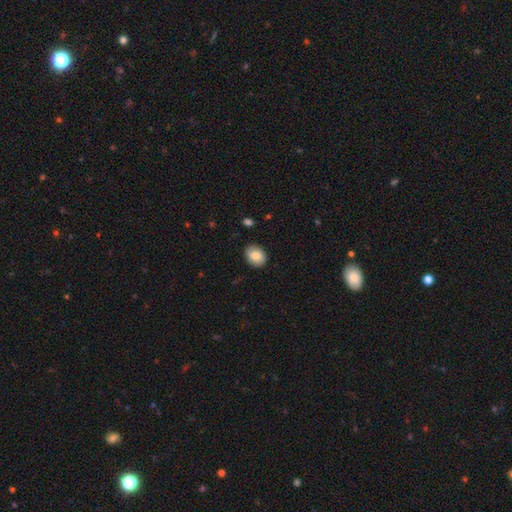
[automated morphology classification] This appears to be a smooth galaxy with no disk features (80%) that is in between round and cigar-shaped (55%). Merging: none (87%).